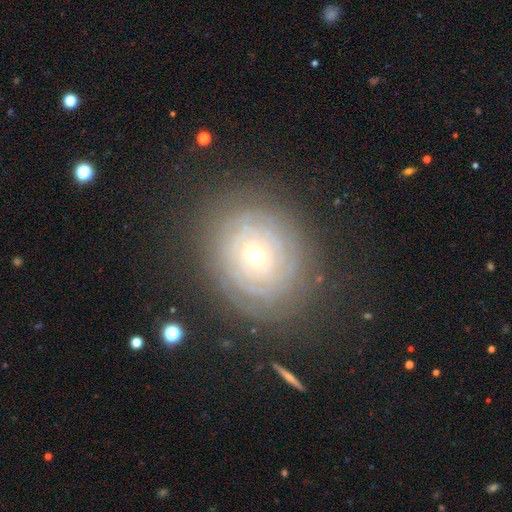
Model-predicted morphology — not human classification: Smooth or featured?
  - featured or disk: 74% *
  - smooth: 17%
  - star or artifact: 9%
Edge-on disk?
  - no: 96% *
  - yes: 4%
Bar?
  - no: 83% *
  - weak: 12%
  - strong: 5%
Spiral arms?
  - yes: 84% *
  - no: 16%
Spiral winding?
  - tight: 86% *
  - medium: 10%
  - loose: 4%
Spiral arm count?
  - can't tell: 49% *
  - 2: 13%
  - more than 4: 12%
  - 3: 10%
  - 4: 10%
  - 1: 6%
Bulge size?
  - small: 58% *
  - moderate: 37%
  - large: 2%
  - dominant: 1%
  - none: 1%
Merging?
  - none: 80% *
  - minor disturbance: 12%
  - major disturbance: 6%
  - merger: 1%